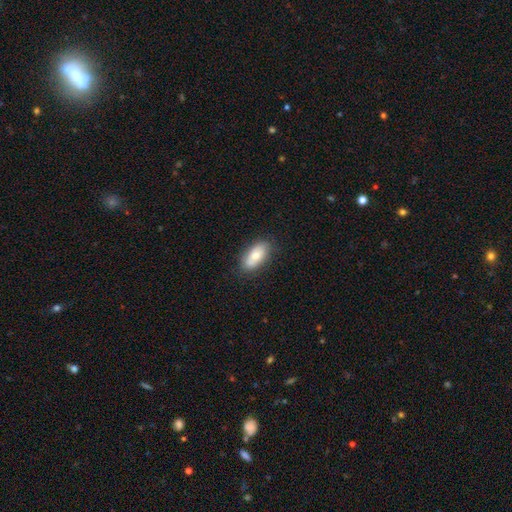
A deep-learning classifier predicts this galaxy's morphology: smooth-or-featured: smooth: 67% | featured or disk: 26% | star or artifact: 7%
  how-rounded: in between: 90% | cigar-shaped: 6% | round: 4%
  merging: none: 78% | minor disturbance: 16% | major disturbance: 3% | merger: 2%